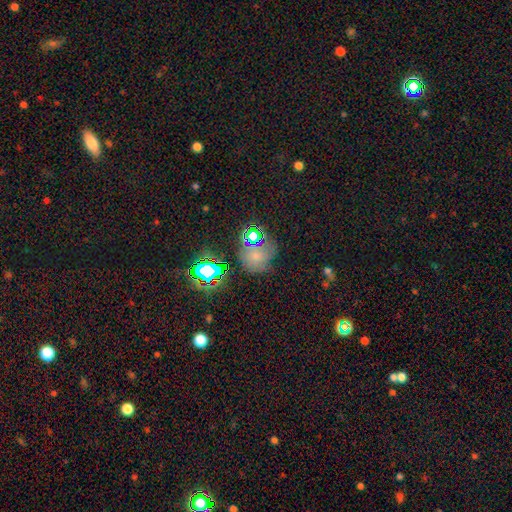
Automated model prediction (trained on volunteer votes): smooth_or_featured: smooth (p=0.51) [alt: star or artifact p=0.35]
how_rounded: round (p=0.72) [alt: in between p=0.27]
merging: none (p=0.62) [alt: minor disturbance p=0.19]